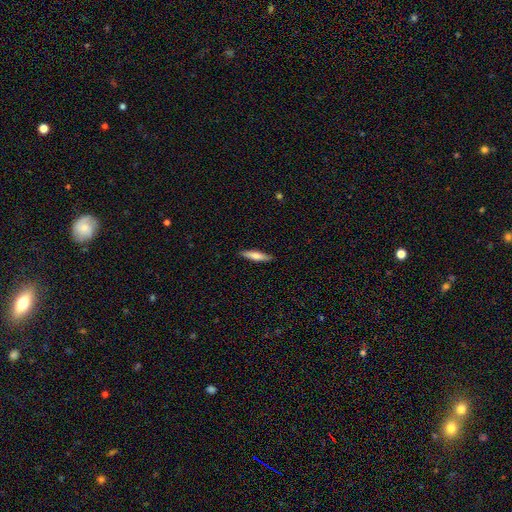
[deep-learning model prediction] Smooth or featured? Predicted: smooth (p=0.67). How rounded? Predicted: cigar-shaped (p=0.80). Merging? Predicted: none (p=0.88).